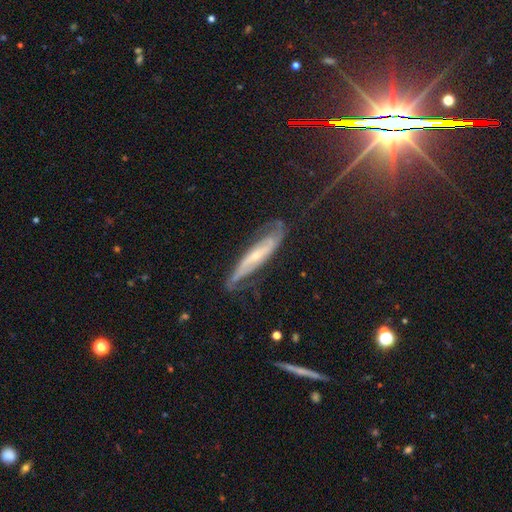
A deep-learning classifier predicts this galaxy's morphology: Smooth or featured?
  - featured or disk: 76% *
  - smooth: 15%
  - star or artifact: 9%
Edge-on disk?
  - no: 62% *
  - yes: 38%
Merging?
  - none: 65% *
  - minor disturbance: 24%
  - major disturbance: 9%
  - merger: 2%